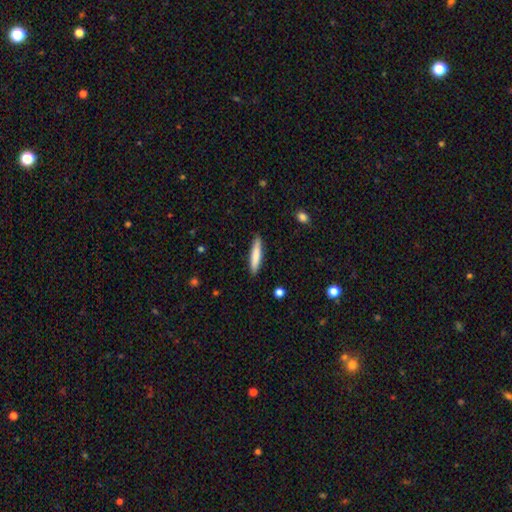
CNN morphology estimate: Overall: smooth (80%). How rounded: cigar-shaped (86%). Merging: none (89%).